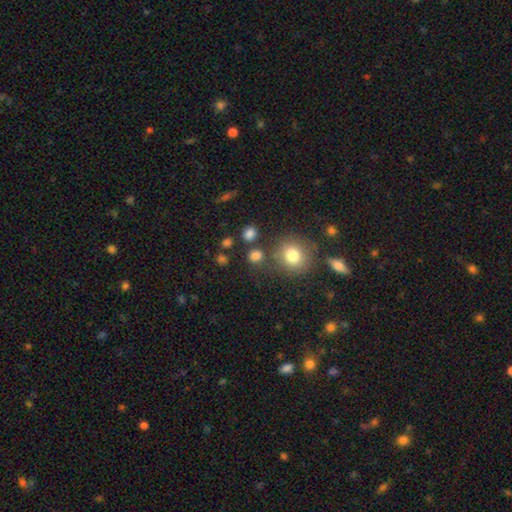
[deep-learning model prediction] smooth_or_featured: smooth (p=0.79) [alt: star or artifact p=0.15]
how_rounded: round (p=0.81) [alt: in between p=0.18]
merging: none (p=0.75) [alt: merger p=0.11]